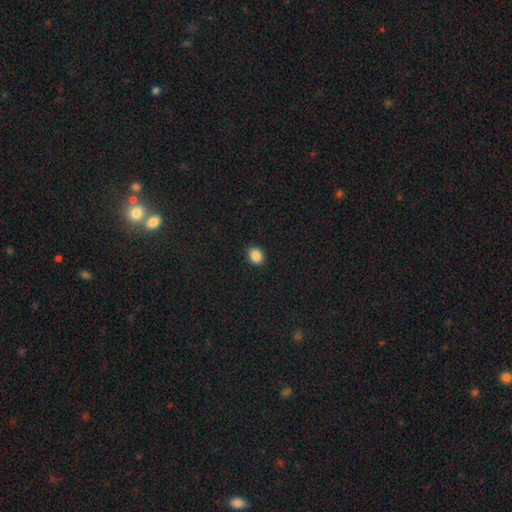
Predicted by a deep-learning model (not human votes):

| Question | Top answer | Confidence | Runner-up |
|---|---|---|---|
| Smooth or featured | smooth | 88% | star or artifact (9%) |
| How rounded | round | 61% | in between (38%) |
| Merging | none | 91% | minor disturbance (6%) |